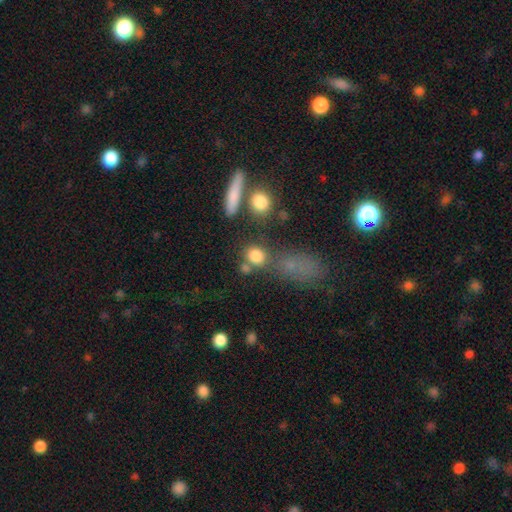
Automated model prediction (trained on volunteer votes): This is clearly a smooth galaxy (81%). How rounded: likely round (67%). Merging: possibly none (58%).